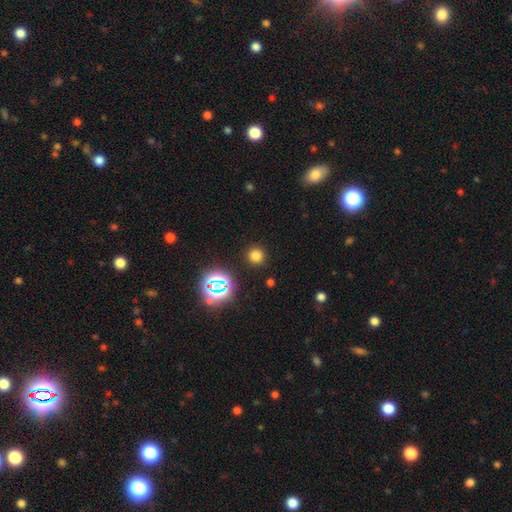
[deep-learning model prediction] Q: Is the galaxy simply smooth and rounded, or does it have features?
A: smooth — 72%.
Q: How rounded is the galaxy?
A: round — 92%.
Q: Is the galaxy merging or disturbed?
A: none — 90%.